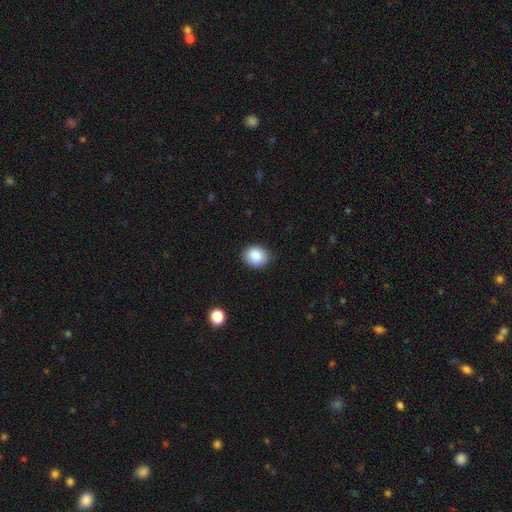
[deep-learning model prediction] smooth-or-featured: smooth: 87% | star or artifact: 8% | featured or disk: 5%
  how-rounded: round: 58% | in between: 41% | cigar-shaped: 1%
  merging: none: 85% | minor disturbance: 12% | major disturbance: 2% | merger: 1%